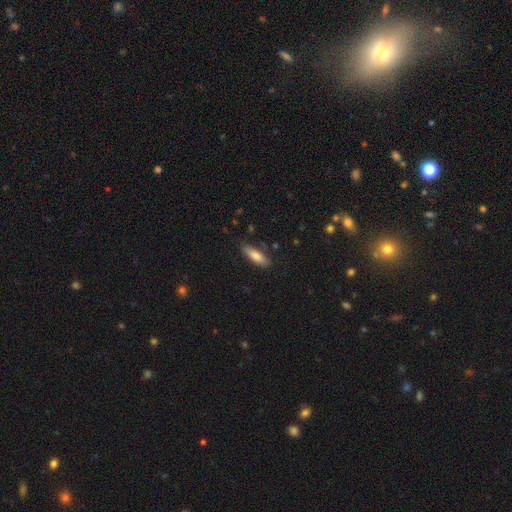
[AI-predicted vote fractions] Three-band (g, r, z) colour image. It shows a smooth galaxy with no disk features (79%) that is in between round and cigar-shaped (55%). Merging: none (80%).